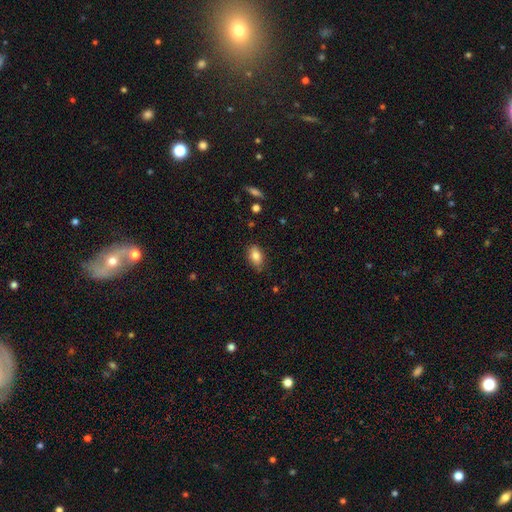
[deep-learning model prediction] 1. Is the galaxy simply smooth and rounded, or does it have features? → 83% smooth, 9% featured or disk, 8% star or artifact.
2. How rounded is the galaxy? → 88% in between, 9% round, 3% cigar-shaped.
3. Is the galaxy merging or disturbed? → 78% none, 18% minor disturbance, 3% major disturbance, 1% merger.